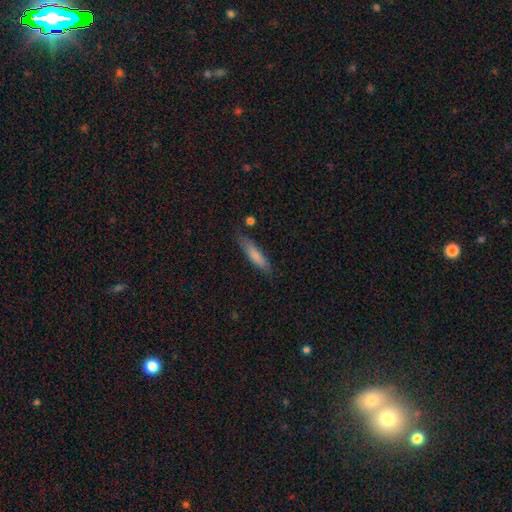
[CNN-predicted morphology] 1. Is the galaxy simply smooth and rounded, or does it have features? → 76% smooth, 17% featured or disk, 6% star or artifact.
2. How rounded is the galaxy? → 76% cigar-shaped, 23% in between, 1% round.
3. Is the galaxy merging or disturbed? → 76% none, 17% minor disturbance, 4% major disturbance, 3% merger.